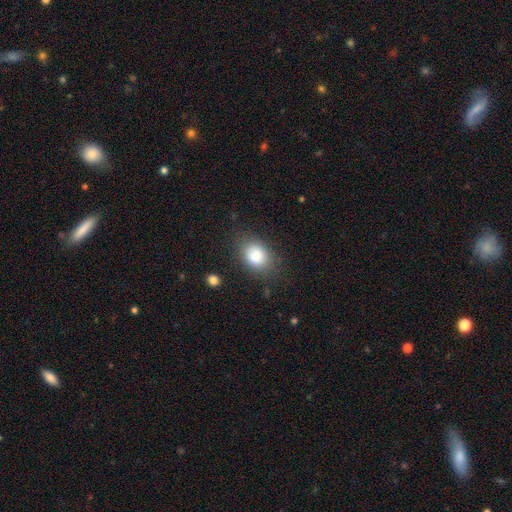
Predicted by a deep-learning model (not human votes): The model was most divided on "how rounded": in between: 69%, round: 30%, cigar-shaped: 1%. More confident: smooth or featured — smooth (85%); merging — none (75%).